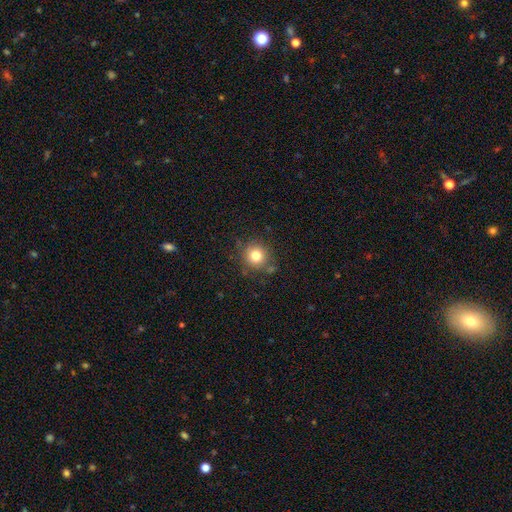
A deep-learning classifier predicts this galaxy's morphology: The model was most divided on "smooth or featured": smooth: 79%, star or artifact: 12%, featured or disk: 8%. More confident: how rounded — round (92%); merging — none (81%).